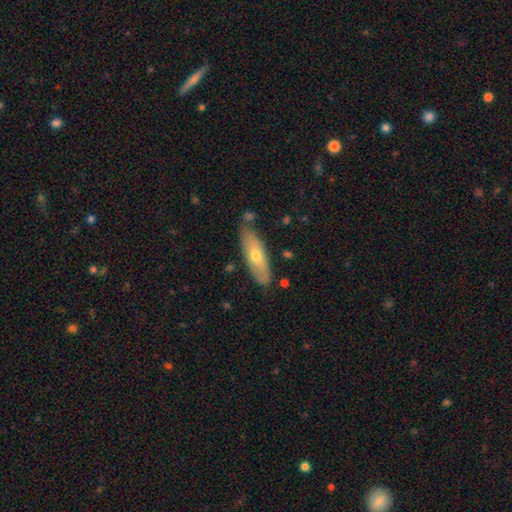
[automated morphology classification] smooth 51%, featured or disk 43%, star or artifact 6%. Down the decision tree: how rounded — cigar-shaped (50%); merging — none (79%).